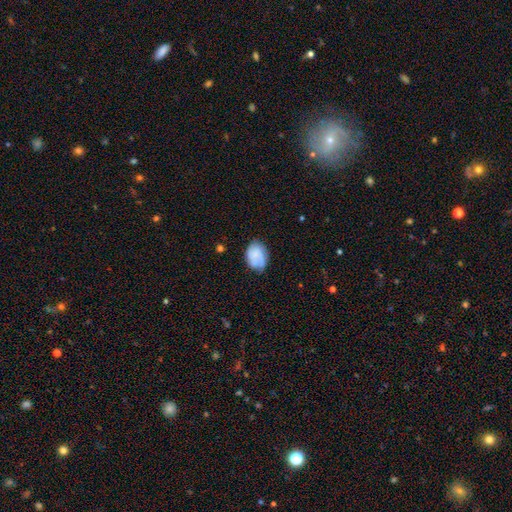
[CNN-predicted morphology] smooth-or-featured: smooth: 66% | featured or disk: 25% | star or artifact: 9%
  how-rounded: in between: 74% | round: 25% | cigar-shaped: 1%
  merging: none: 62% | minor disturbance: 28% | major disturbance: 8% | merger: 2%